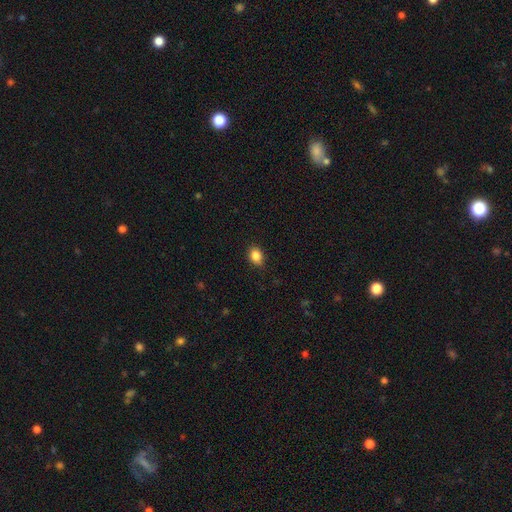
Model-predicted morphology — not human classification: Smooth or featured? Predicted: smooth (p=0.87). How rounded? Predicted: in between (p=0.62). Merging? Predicted: none (p=0.84).